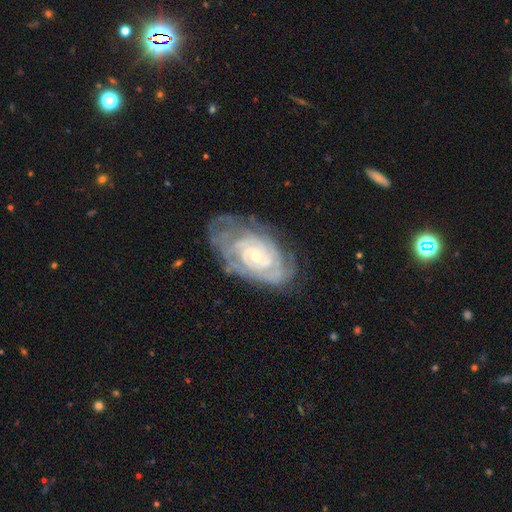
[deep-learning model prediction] Smooth or featured?
  - featured or disk: 87% *
  - smooth: 7%
  - star or artifact: 6%
Edge-on disk?
  - no: 96% *
  - yes: 4%
Bar?
  - no: 67% *
  - weak: 25%
  - strong: 7%
Spiral arms?
  - yes: 96% *
  - no: 4%
Spiral winding?
  - tight: 78% *
  - medium: 19%
  - loose: 3%
Spiral arm count?
  - can't tell: 37% *
  - 2: 22%
  - 3: 15%
  - 4: 14%
  - more than 4: 7%
  - 1: 5%
Bulge size?
  - small: 74% *
  - moderate: 23%
  - large: 1%
  - none: 1%
  - dominant: 1%
Merging?
  - none: 64% *
  - minor disturbance: 23%
  - major disturbance: 11%
  - merger: 2%